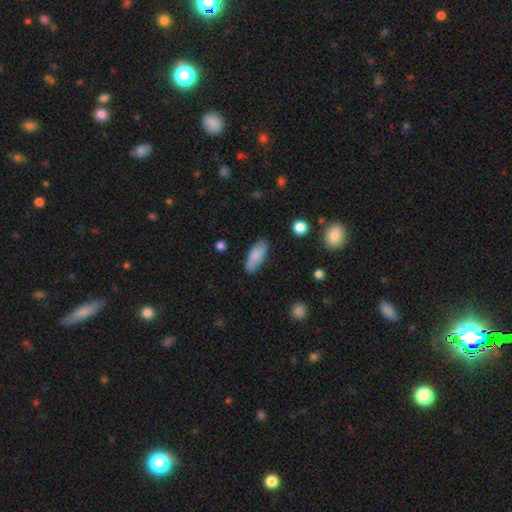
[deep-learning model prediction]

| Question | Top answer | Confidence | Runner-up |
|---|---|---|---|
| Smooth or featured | smooth | 82% | featured or disk (11%) |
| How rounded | in between | 77% | cigar-shaped (21%) |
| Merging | none | 84% | minor disturbance (12%) |